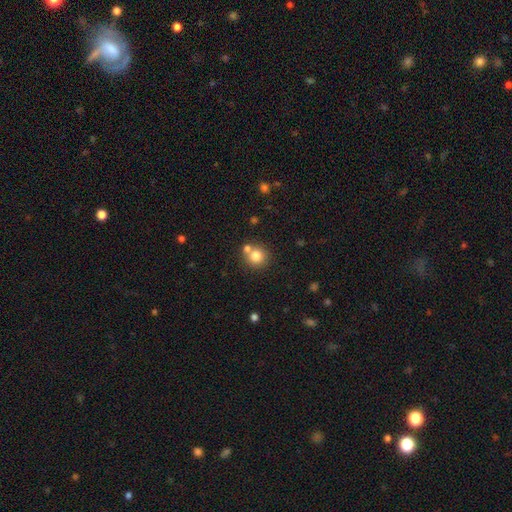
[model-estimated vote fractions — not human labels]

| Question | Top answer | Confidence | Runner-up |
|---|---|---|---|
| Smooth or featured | smooth | 78% | star or artifact (12%) |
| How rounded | round | 91% | in between (8%) |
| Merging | none | 65% | merger (24%) |